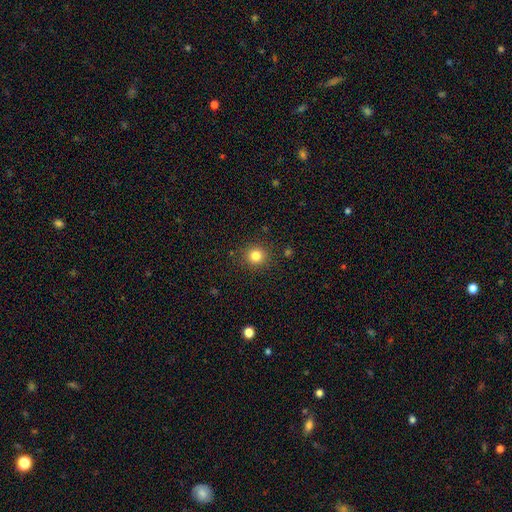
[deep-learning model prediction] Smooth or featured?
  - smooth: 82% *
  - star or artifact: 12%
  - featured or disk: 5%
How rounded?
  - round: 91% *
  - in between: 8%
  - cigar-shaped: 1%
Merging?
  - none: 89% *
  - minor disturbance: 7%
  - major disturbance: 3%
  - merger: 1%